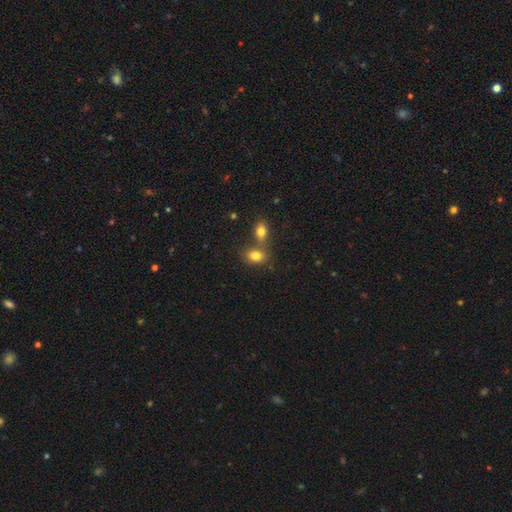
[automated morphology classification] smooth_or_featured: smooth (p=0.81) [alt: star or artifact p=0.10]
how_rounded: in between (p=0.77) [alt: round p=0.22]
merging: none (p=0.47) [alt: merger p=0.40]